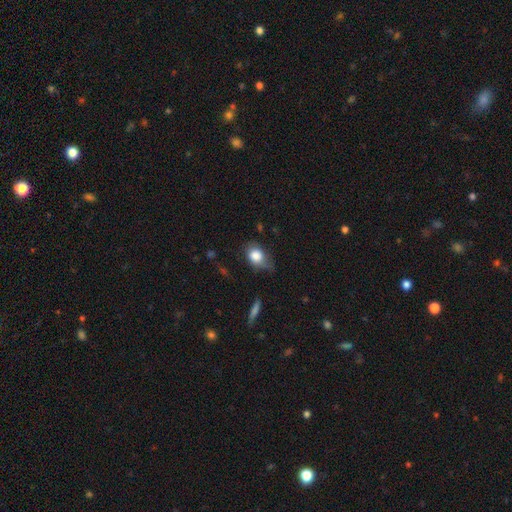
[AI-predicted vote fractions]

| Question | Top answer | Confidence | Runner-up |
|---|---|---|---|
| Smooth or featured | smooth | 80% | featured or disk (12%) |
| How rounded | in between | 60% | round (38%) |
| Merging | none | 46% | minor disturbance (37%) |